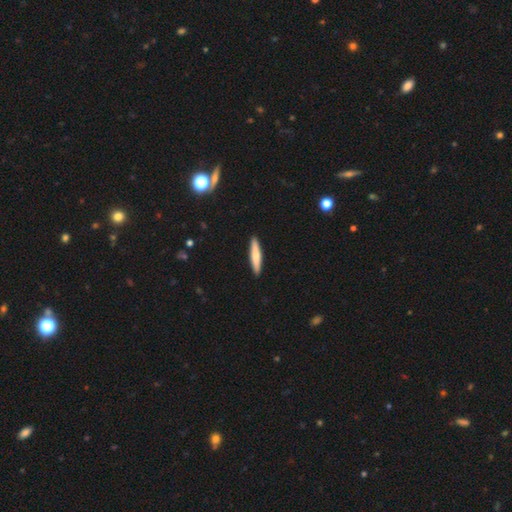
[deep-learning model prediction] smooth_or_featured: smooth (p=0.68) [alt: featured or disk p=0.27]
how_rounded: cigar-shaped (p=0.89) [alt: in between p=0.09]
merging: none (p=0.92) [alt: minor disturbance p=0.06]